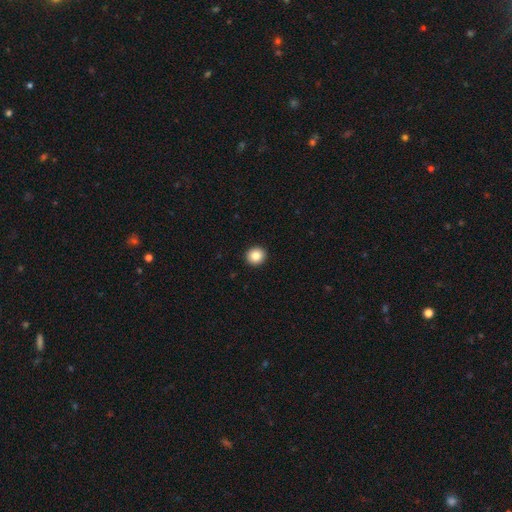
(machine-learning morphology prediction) A smooth galaxy with no disk features (86%) that is round (88%). Merging: none (94%).